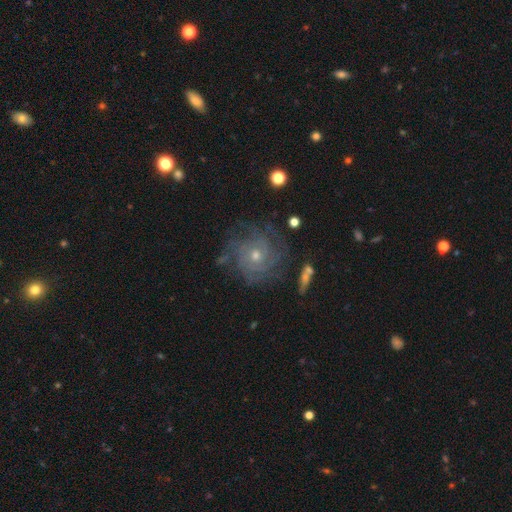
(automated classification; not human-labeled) This is clearly a featured or disk galaxy (81%). It is clearly not viewed edge-on (97%). Bar: clearly no (81%). Spiral arm pattern: clearly yes (92%). Spiral arm count: marginally can't tell (40%). Spiral winding: likely tight (72%). Central bulge: possibly moderate (48%, tied with small). Merging: likely none (72%).